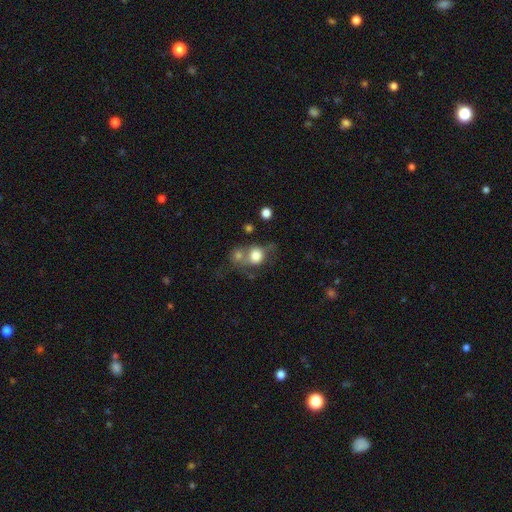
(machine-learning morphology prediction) smooth-or-featured: smooth: 74% | featured or disk: 15% | star or artifact: 10%
  how-rounded: round: 75% | in between: 24% | cigar-shaped: 1%
  merging: merger: 44% | none: 33% | minor disturbance: 12% | major disturbance: 11%